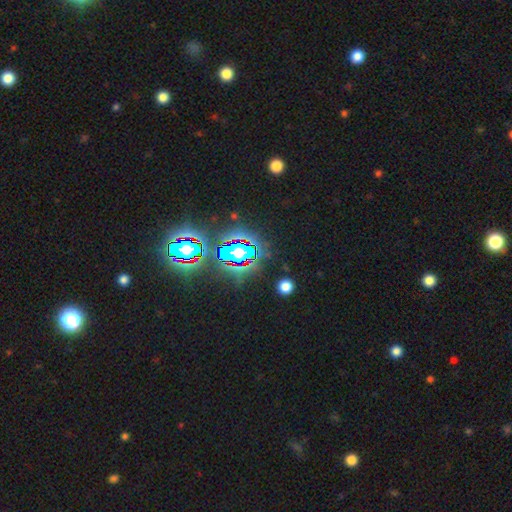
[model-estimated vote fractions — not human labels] smooth_or_featured: star or artifact (p=0.83) [alt: smooth p=0.10]